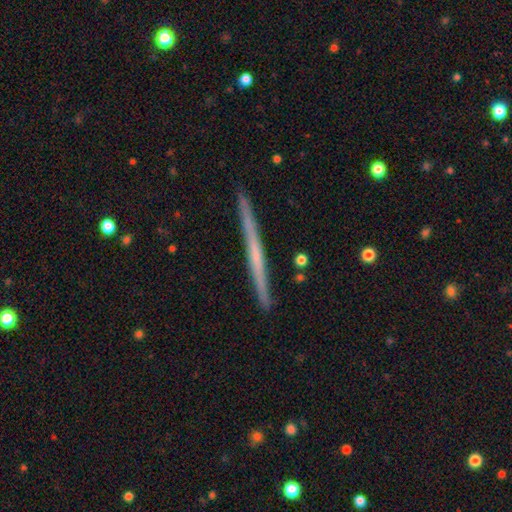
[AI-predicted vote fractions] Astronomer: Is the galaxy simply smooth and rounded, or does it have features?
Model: featured or disk — 57% (runner-up: smooth, 38%).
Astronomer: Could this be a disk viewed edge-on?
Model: yes — 98%.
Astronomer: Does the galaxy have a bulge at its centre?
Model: none — 85%.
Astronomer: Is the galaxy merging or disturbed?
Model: none — 91%.